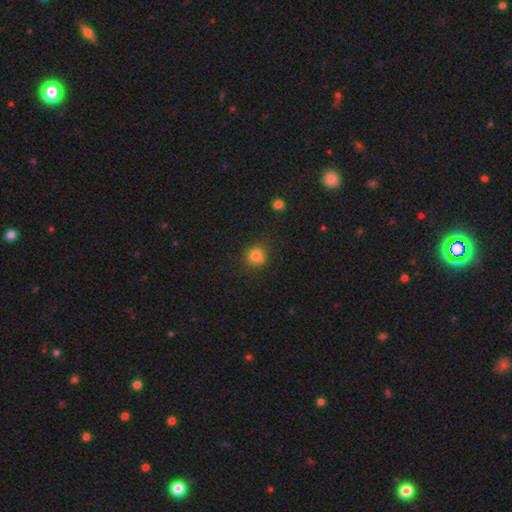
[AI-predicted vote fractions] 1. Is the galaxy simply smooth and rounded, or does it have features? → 78% smooth, 14% star or artifact, 8% featured or disk.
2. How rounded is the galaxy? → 86% round, 13% in between, 1% cigar-shaped.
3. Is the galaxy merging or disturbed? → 69% none, 15% merger, 12% minor disturbance, 3% major disturbance.